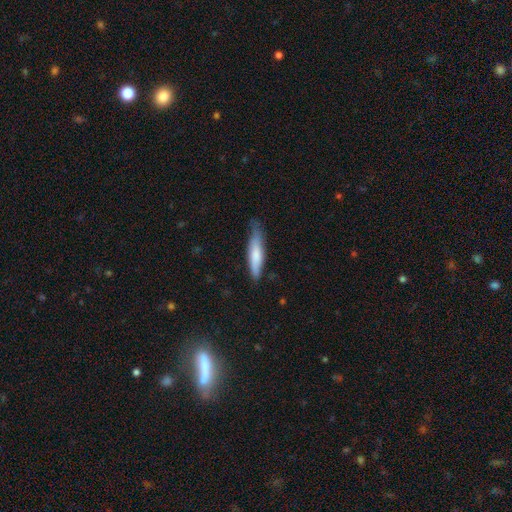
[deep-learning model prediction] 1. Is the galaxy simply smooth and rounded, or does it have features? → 72% smooth, 23% featured or disk, 5% star or artifact.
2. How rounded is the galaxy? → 78% cigar-shaped, 20% in between, 1% round.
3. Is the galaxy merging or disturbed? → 60% none, 31% minor disturbance, 7% major disturbance, 2% merger.